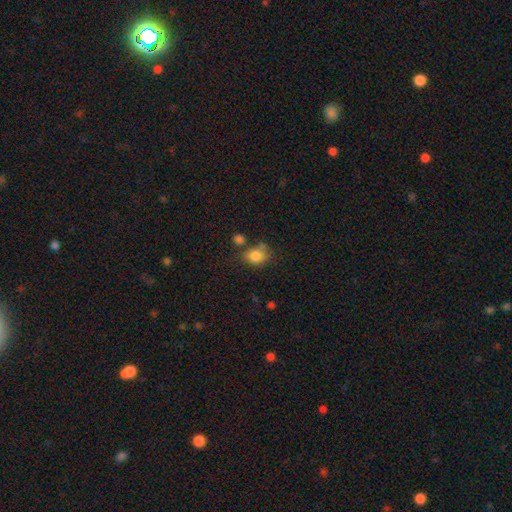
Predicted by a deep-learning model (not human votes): A smooth galaxy with no disk features (81%) that is round (52%).

Vote fractions:
- Smooth or featured? smooth: 81% / star or artifact: 10% / featured or disk: 8%
- How rounded? round: 52% / in between: 47% / cigar-shaped: 1%
- Merging? none: 56% / minor disturbance: 21% / merger: 15% / major disturbance: 8%